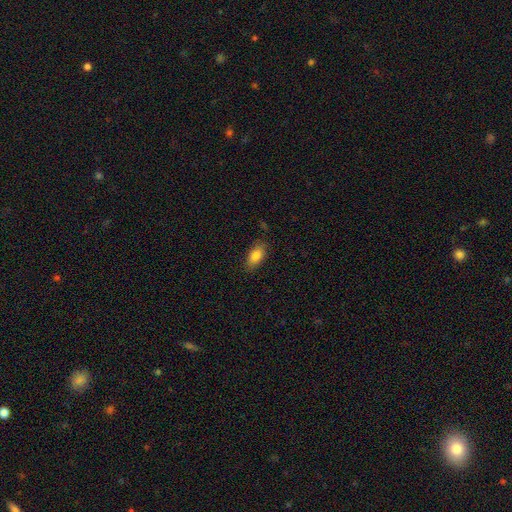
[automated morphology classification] Smooth or featured? smooth (83%)
How rounded? in between (90%)
Merging? none (82%)